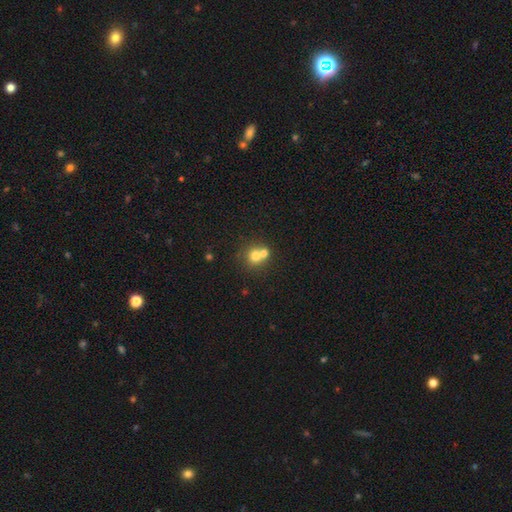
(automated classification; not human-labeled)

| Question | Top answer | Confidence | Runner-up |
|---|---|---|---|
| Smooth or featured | smooth | 72% | featured or disk (16%) |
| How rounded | round | 84% | in between (15%) |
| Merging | merger | 50% | none (41%) |